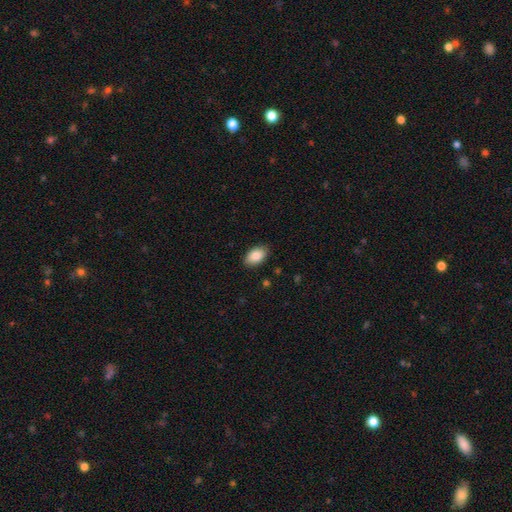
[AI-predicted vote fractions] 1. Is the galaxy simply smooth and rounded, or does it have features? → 88% smooth, 7% star or artifact, 5% featured or disk.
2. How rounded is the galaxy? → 93% in between, 5% round, 1% cigar-shaped.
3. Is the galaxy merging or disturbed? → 87% none, 9% minor disturbance, 2% major disturbance, 1% merger.